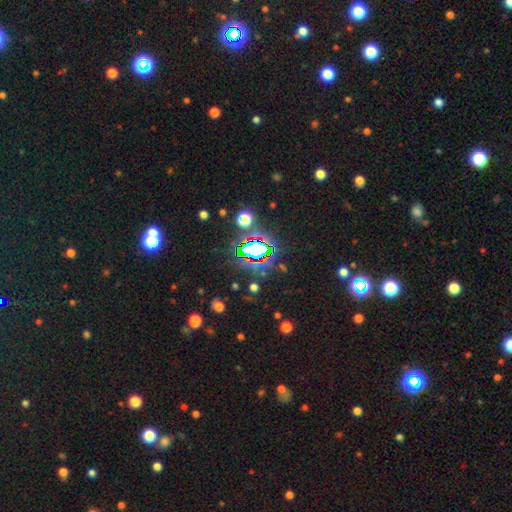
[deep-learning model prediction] Morphology: type=star or artifact (71%).